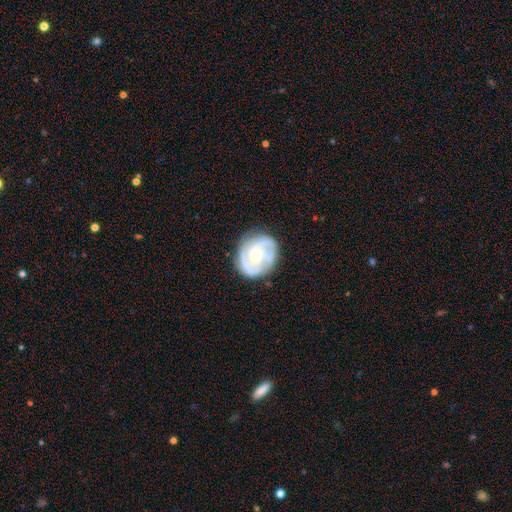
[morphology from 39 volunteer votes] featured or disk 77%, smooth 21%, star or artifact 3%. Down the decision tree: edge-on disk — no (100%); bar — no (70%); spiral arms — yes (80%); spiral arm count — 3 (42%); spiral winding — medium (54%); bulge size — small (50%); merging — none (79%).